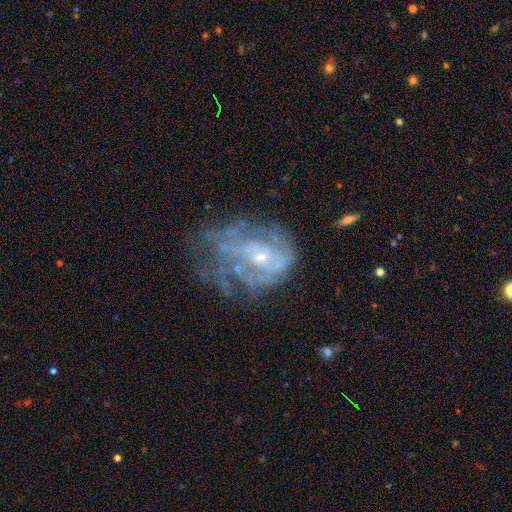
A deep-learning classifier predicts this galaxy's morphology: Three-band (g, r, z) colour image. It shows a featured or disk galaxy (67%) with no bar (66%), spiral arms (58%) and a small central bulge (59%). Merging: none (45%).